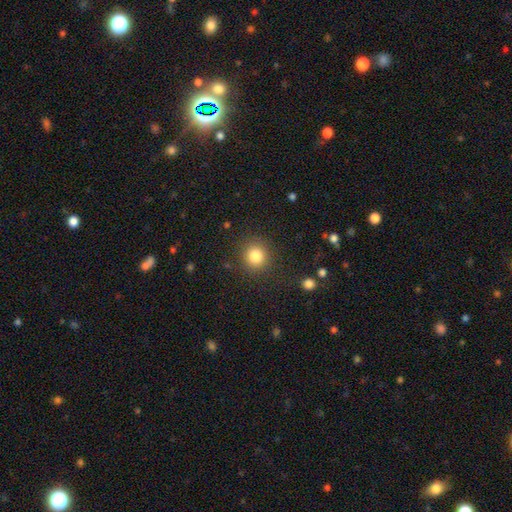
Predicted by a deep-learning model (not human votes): Smooth or featured? smooth (83%)
How rounded? round (89%)
Merging? none (88%)